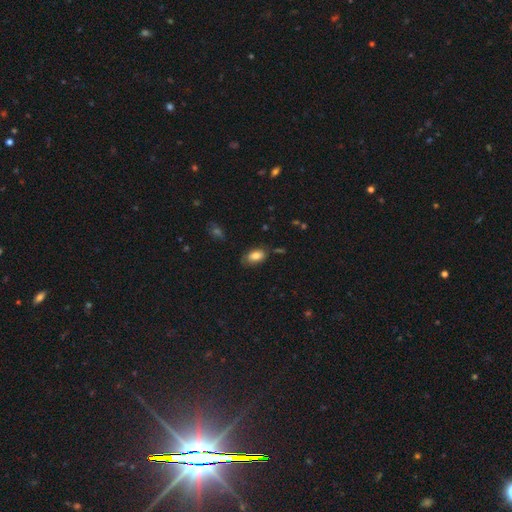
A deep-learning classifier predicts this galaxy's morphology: Smooth or featured? smooth (79%)
How rounded? in between (91%)
Merging? none (67%)